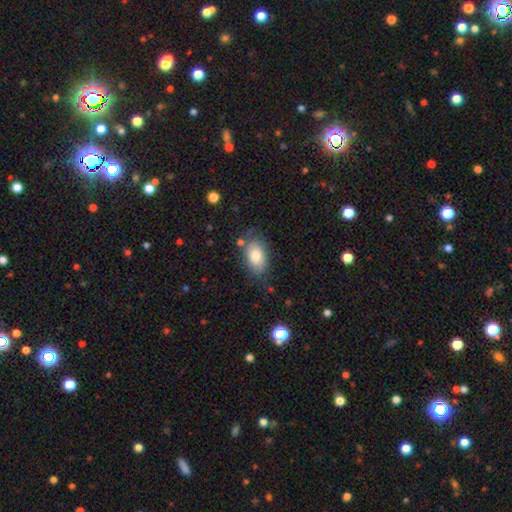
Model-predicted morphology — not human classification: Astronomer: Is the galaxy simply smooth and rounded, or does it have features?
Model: smooth — 76%.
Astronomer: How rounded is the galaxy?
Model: in between — 91%.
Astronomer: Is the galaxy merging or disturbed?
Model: none — 70%.